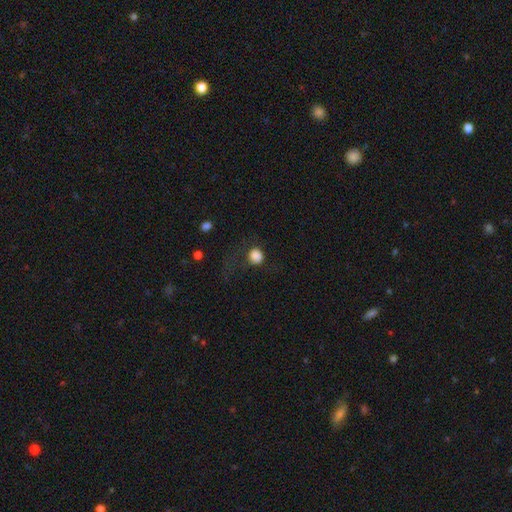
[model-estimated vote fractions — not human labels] smooth 84%, star or artifact 11%, featured or disk 6%. Down the decision tree: how rounded — round (81%); merging — none (57%).